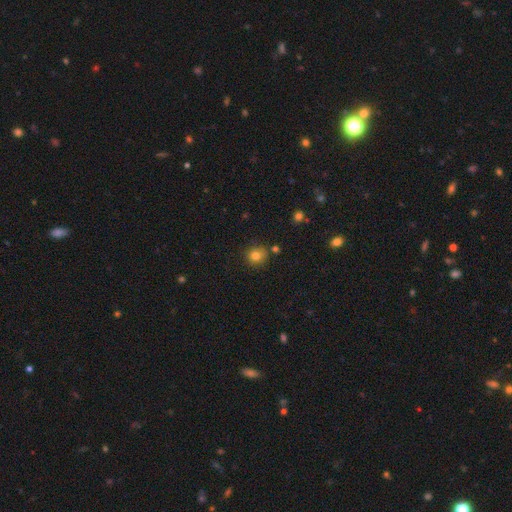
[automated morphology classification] The model was most divided on "smooth or featured": smooth: 80%, star or artifact: 13%, featured or disk: 7%. More confident: how rounded — round (86%); merging — none (81%).